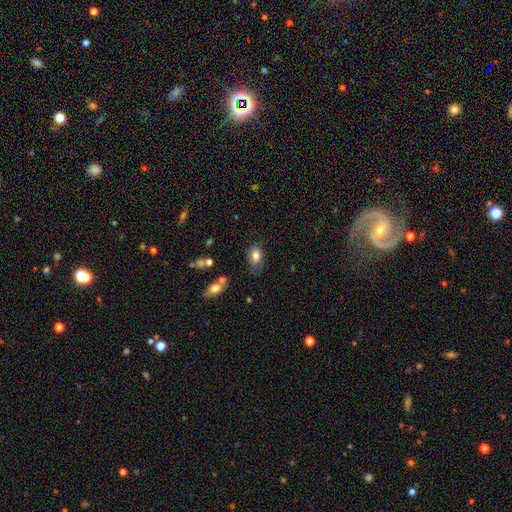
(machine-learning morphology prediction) smooth_or_featured: smooth (p=0.81) [alt: featured or disk p=0.10]
how_rounded: in between (p=0.84) [alt: round p=0.14]
merging: none (p=0.67) [alt: minor disturbance p=0.24]